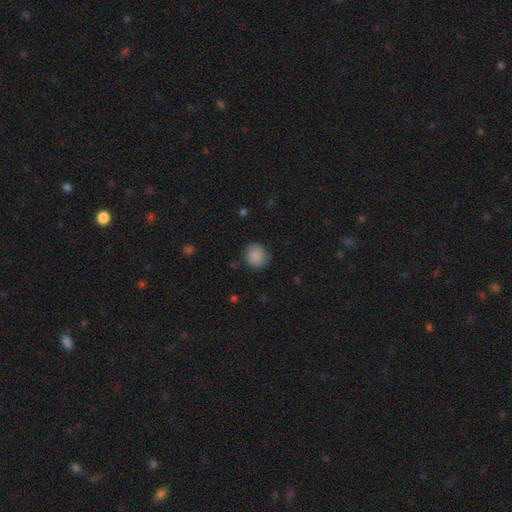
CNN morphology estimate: smooth_or_featured: smooth (p=0.83) [alt: featured or disk p=0.09]
how_rounded: round (p=0.87) [alt: in between p=0.12]
merging: none (p=0.77) [alt: minor disturbance p=0.18]